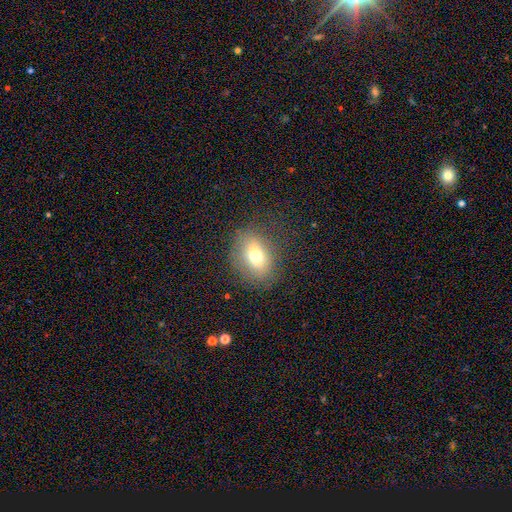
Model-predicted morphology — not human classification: Smooth or featured?
  - smooth: 67% *
  - featured or disk: 20%
  - star or artifact: 13%
How rounded?
  - in between: 62% *
  - round: 36%
  - cigar-shaped: 2%
Merging?
  - none: 76% *
  - minor disturbance: 15%
  - major disturbance: 8%
  - merger: 1%